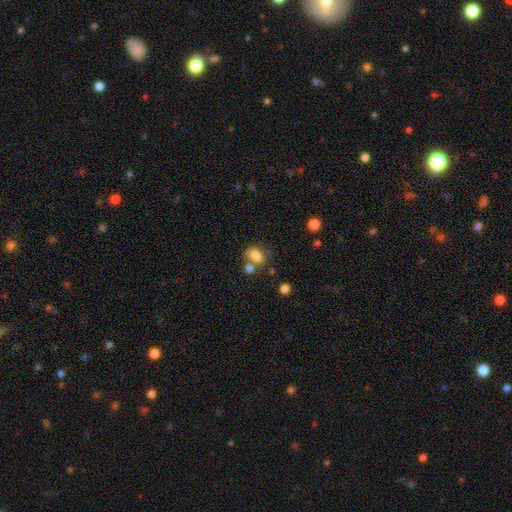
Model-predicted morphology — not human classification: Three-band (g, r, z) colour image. It shows a smooth galaxy with no disk features (76%) that is in between round and cigar-shaped (69%). Merging: none (38%).